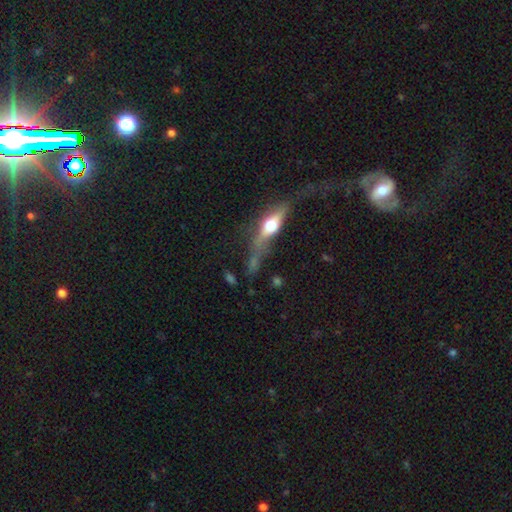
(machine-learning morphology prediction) Smooth or featured? featured or disk (66%)
Edge-on disk? yes (80%)
Edge-on bulge? rounded (92%)
Merging? none (38%)